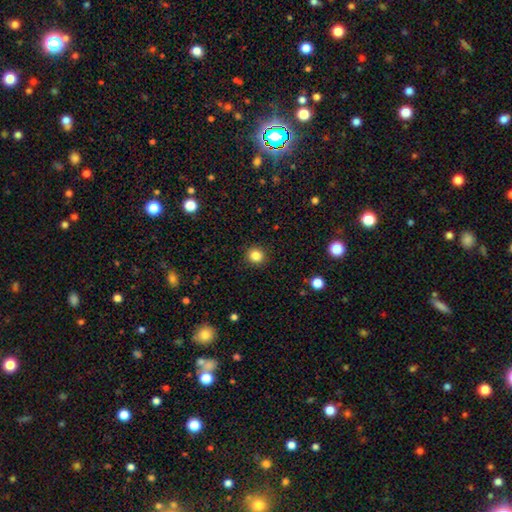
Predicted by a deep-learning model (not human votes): smooth-or-featured: smooth: 84% | star or artifact: 11% | featured or disk: 4%
  how-rounded: round: 88% | in between: 11% | cigar-shaped: 1%
  merging: none: 91% | minor disturbance: 6% | major disturbance: 2% | merger: 1%